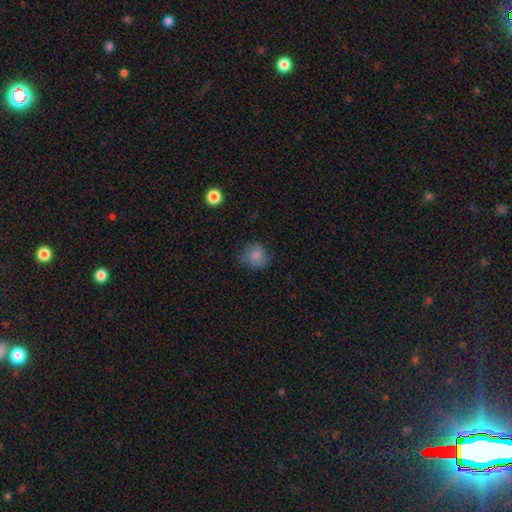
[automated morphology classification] The model was most divided on "merging": none: 69%, minor disturbance: 22%, major disturbance: 8%, merger: 1%. More confident: smooth or featured — smooth (81%); how rounded — round (77%).